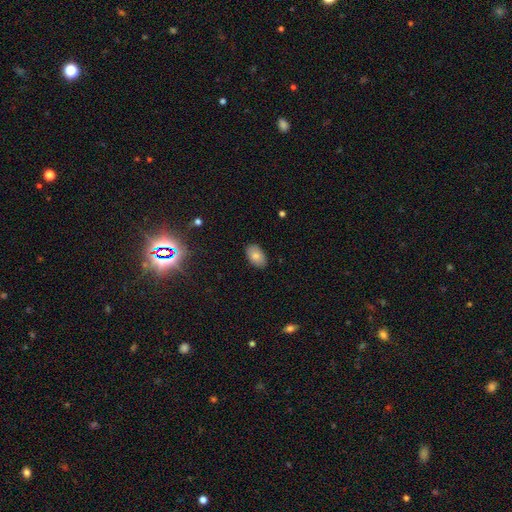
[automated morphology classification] Smooth or featured?
  - smooth: 82% *
  - featured or disk: 10%
  - star or artifact: 9%
How rounded?
  - in between: 93% *
  - round: 6%
  - cigar-shaped: 1%
Merging?
  - none: 87% *
  - minor disturbance: 9%
  - major disturbance: 2%
  - merger: 1%